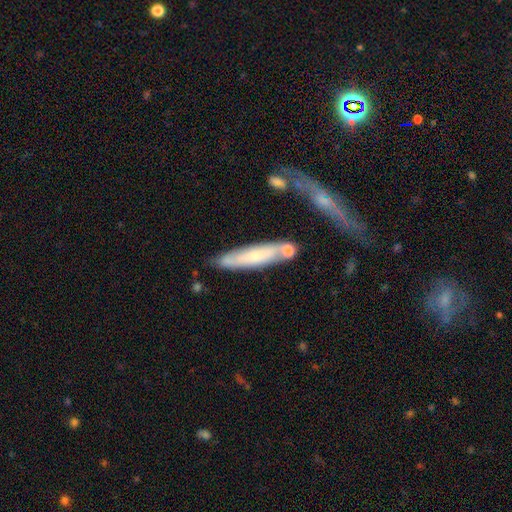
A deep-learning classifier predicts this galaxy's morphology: A smooth galaxy with no disk features (56%) that is cigar-shaped (85%). Merging: none (65%).